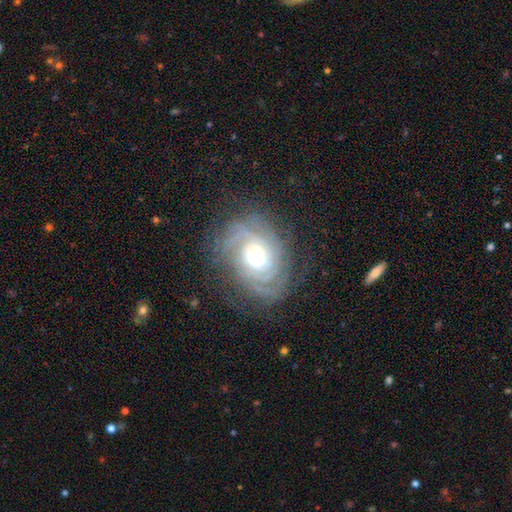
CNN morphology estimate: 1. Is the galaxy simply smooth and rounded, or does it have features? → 86% featured or disk, 8% smooth, 6% star or artifact.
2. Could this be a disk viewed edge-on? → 97% no, 3% yes.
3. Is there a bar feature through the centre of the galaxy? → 72% no, 21% weak, 7% strong.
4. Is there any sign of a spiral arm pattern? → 97% yes, 3% no.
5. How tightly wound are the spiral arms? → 75% tight, 21% medium, 4% loose.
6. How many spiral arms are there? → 29% can't tell, 22% 3, 18% 2, 15% 4, 9% more than 4, 7% 1.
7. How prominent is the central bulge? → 45% moderate, 42% small, 10% large, 2% dominant, 2% none.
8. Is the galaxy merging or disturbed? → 75% none, 16% minor disturbance, 7% major disturbance, 1% merger.